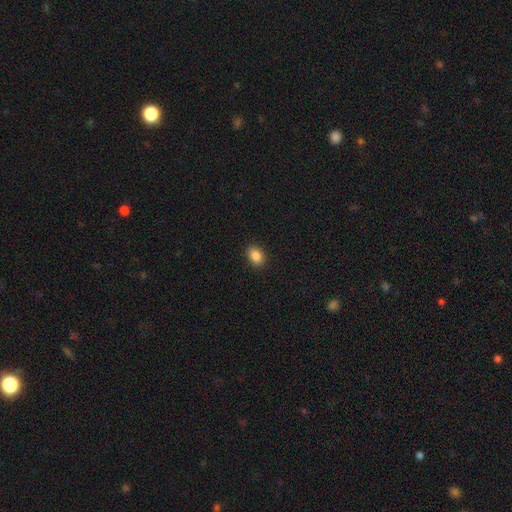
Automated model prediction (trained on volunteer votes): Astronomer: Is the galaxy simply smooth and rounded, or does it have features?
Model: smooth — 87%.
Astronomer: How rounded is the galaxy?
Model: in between — 80%.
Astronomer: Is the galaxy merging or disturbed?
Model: none — 90%.